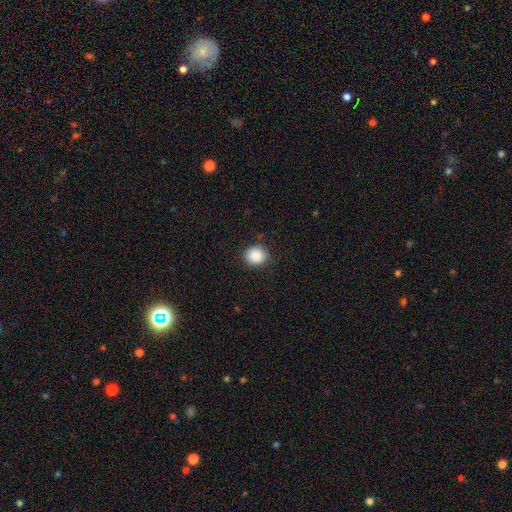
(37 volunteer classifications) smooth-or-featured: smooth: 95% | star or artifact: 5% | featured or disk: 0%
  how-rounded: round: 80% | in between: 20% | cigar-shaped: 0%
  merging: none: 89% | minor disturbance: 6% | major disturbance: 6% | merger: 0%